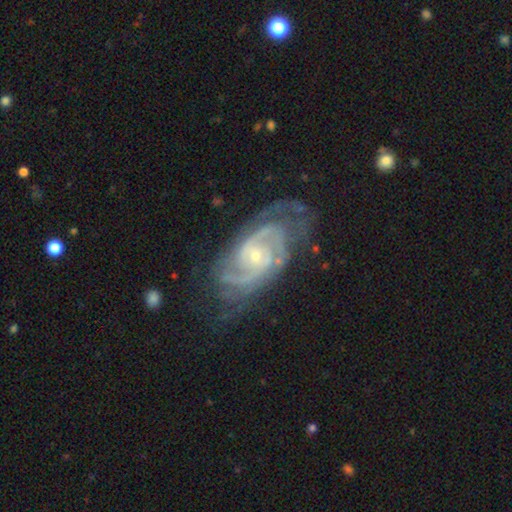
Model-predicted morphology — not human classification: Overall: featured or disk (91%). Edge-on disk: no (97%). Bar: no (65%; weak 27%). Spiral arms: yes (98%). Spiral arm count: 2 (50%; 3 18%). Spiral winding: tight (61%; medium 33%). Bulge size: small (70%). Merging: none (67%).